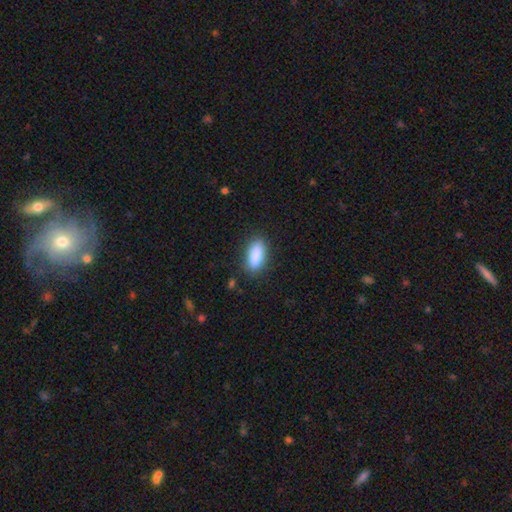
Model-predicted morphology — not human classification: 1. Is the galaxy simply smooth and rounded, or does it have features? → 87% smooth, 7% star or artifact, 6% featured or disk.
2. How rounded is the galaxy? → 76% in between, 22% cigar-shaped, 3% round.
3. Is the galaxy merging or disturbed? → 84% none, 12% minor disturbance, 3% major disturbance, 2% merger.